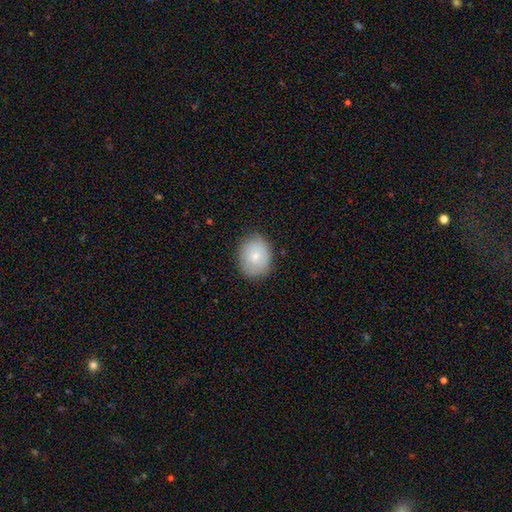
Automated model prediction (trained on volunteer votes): Overall: smooth (76%). How rounded: round (55%; in between 44%). Merging: none (82%).